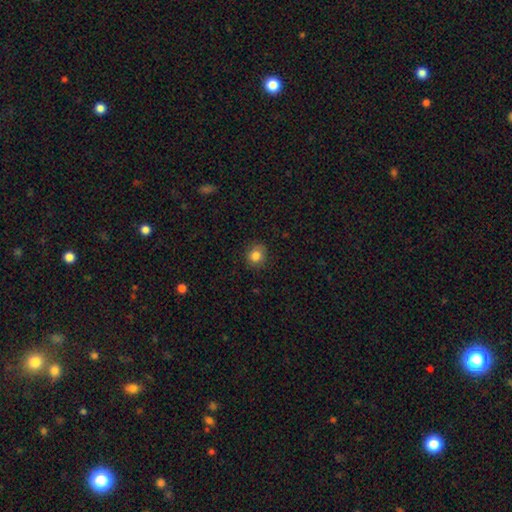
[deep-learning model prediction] smooth-or-featured: smooth: 84% | star or artifact: 10% | featured or disk: 6%
  how-rounded: round: 85% | in between: 14% | cigar-shaped: 1%
  merging: none: 85% | minor disturbance: 12% | major disturbance: 3% | merger: 1%